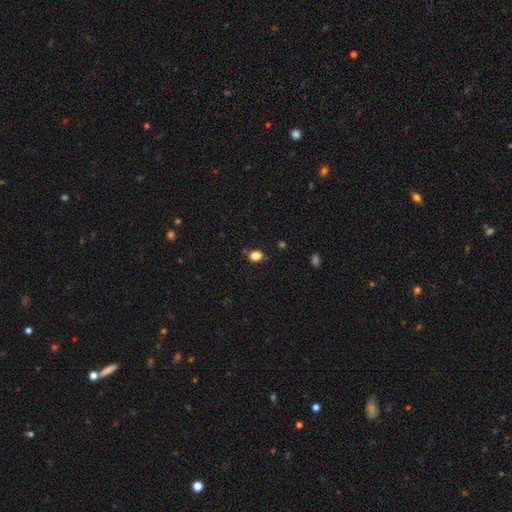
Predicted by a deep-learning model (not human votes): Smooth or featured: smooth — 83% (star or artifact — 12%)
How rounded: round — 51% (in between — 48%)
Merging: none — 80% (minor disturbance — 14%)